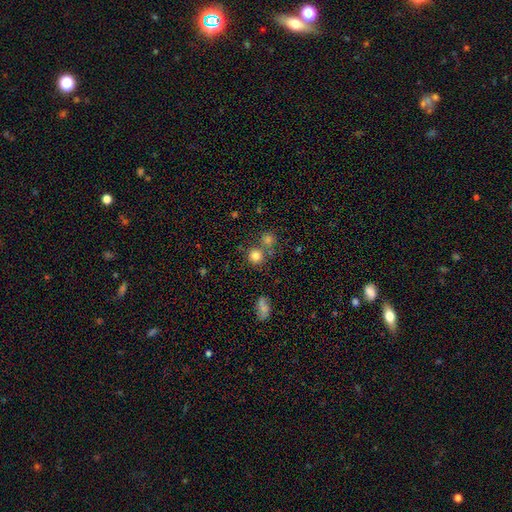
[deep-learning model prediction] Smooth or featured?
  - smooth: 79% *
  - star or artifact: 13%
  - featured or disk: 8%
How rounded?
  - round: 90% *
  - in between: 9%
  - cigar-shaped: 1%
Merging?
  - none: 66% *
  - merger: 22%
  - minor disturbance: 8%
  - major disturbance: 4%